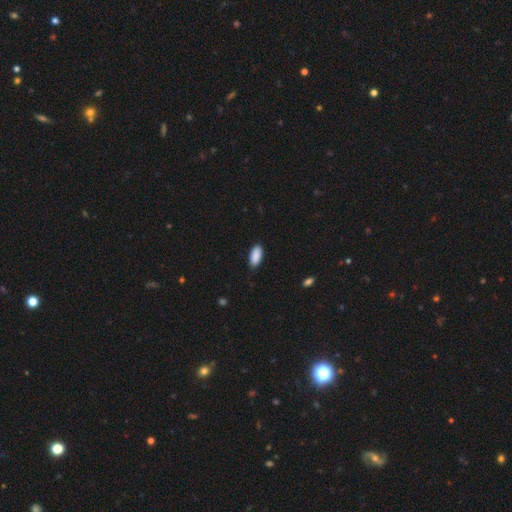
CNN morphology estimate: type=smooth (90%); roundness=in between (90%); merging=none (86%).